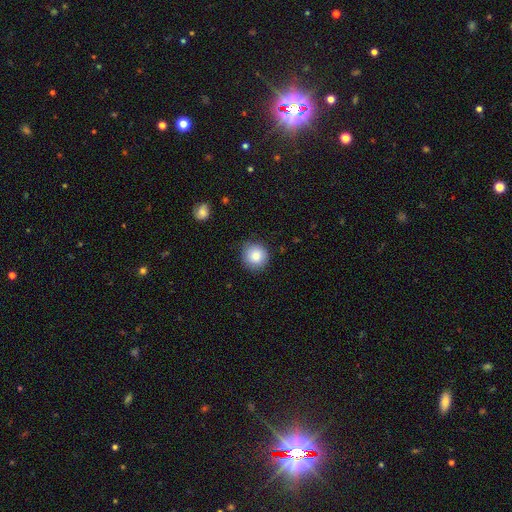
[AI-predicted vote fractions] A smooth galaxy with no disk features (84%) that is round (93%).

Vote fractions:
- Smooth or featured? smooth: 84% / star or artifact: 8% / featured or disk: 7%
- How rounded? round: 93% / in between: 6% / cigar-shaped: 1%
- Merging? none: 85% / minor disturbance: 12% / major disturbance: 2% / merger: 1%